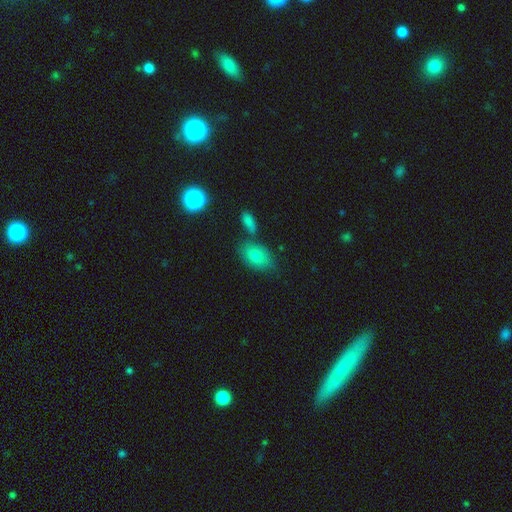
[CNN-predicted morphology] This appears to be a smooth galaxy with no disk features (78%) that is in between round and cigar-shaped (84%). Merging: none (61%).